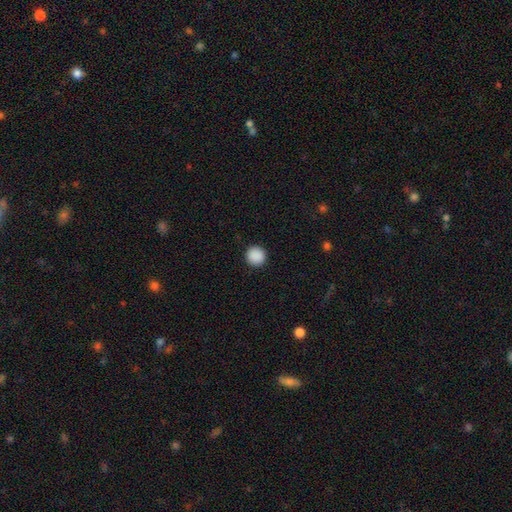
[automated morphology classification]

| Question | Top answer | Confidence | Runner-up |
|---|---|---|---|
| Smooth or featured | smooth | 90% | star or artifact (8%) |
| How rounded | round | 95% | in between (4%) |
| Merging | none | 93% | minor disturbance (5%) |